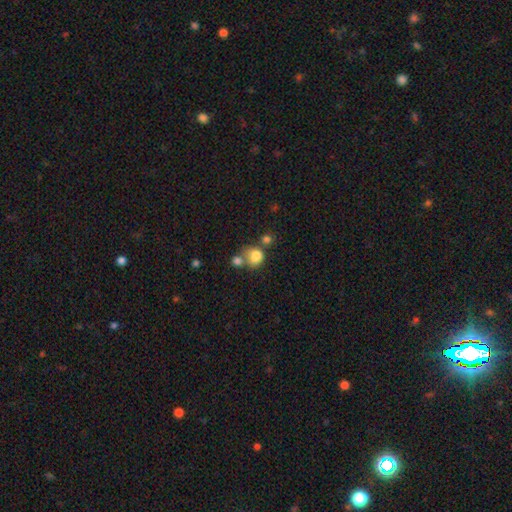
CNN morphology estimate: smooth-or-featured: smooth: 79% | star or artifact: 11% | featured or disk: 10%
  how-rounded: round: 71% | in between: 28% | cigar-shaped: 1%
  merging: merger: 42% | none: 38% | minor disturbance: 12% | major disturbance: 7%